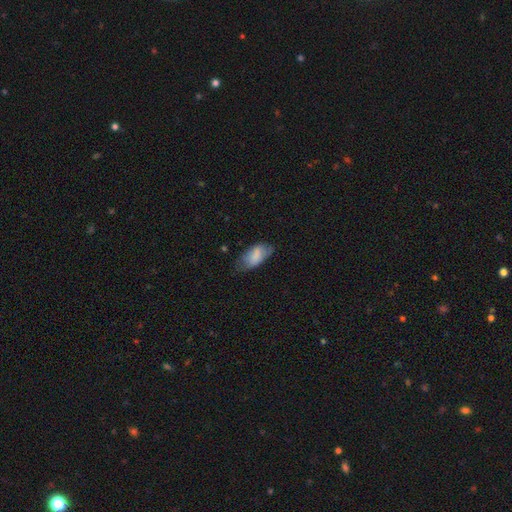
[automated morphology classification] Smooth or featured? Predicted: smooth (p=0.77). How rounded? Predicted: in between (p=0.91). Merging? Predicted: none (p=0.52).